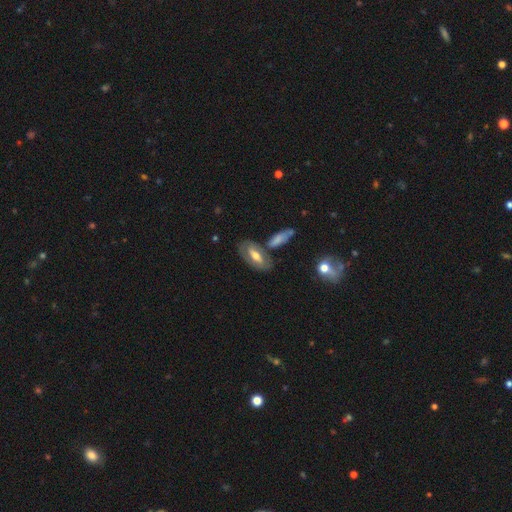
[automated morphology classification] smooth_or_featured: featured or disk (p=0.48) [alt: smooth p=0.46]
merging: none (p=0.65) [alt: minor disturbance p=0.15]